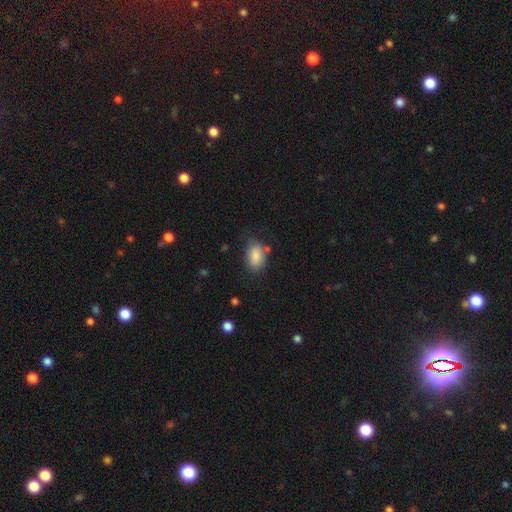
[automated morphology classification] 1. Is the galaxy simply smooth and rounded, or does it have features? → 86% smooth, 7% star or artifact, 7% featured or disk.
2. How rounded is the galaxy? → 87% in between, 11% round, 1% cigar-shaped.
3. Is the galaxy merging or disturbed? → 67% none, 22% minor disturbance, 6% major disturbance, 6% merger.